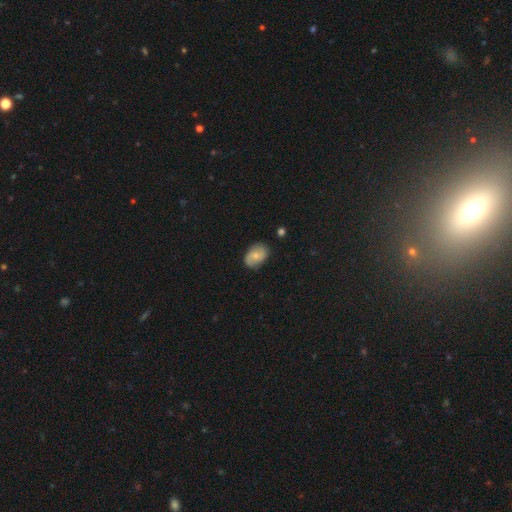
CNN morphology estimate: A smooth galaxy with no disk features (54%) that is in between round and cigar-shaped (79%). Merging: none (77%).